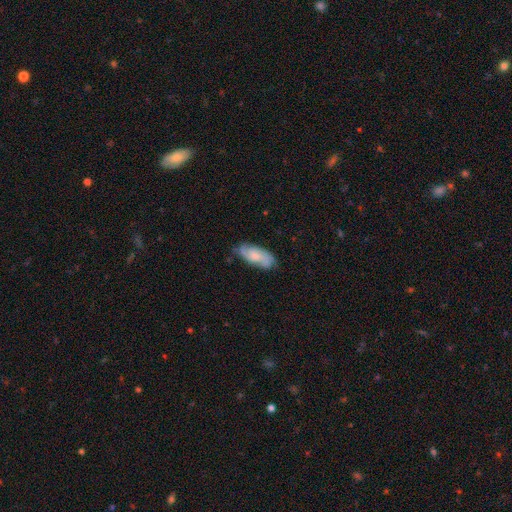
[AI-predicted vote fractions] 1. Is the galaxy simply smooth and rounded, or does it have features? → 51% featured or disk, 42% smooth, 7% star or artifact.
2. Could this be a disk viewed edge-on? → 91% no, 9% yes.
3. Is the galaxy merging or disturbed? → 70% none, 23% minor disturbance, 6% major disturbance, 2% merger.